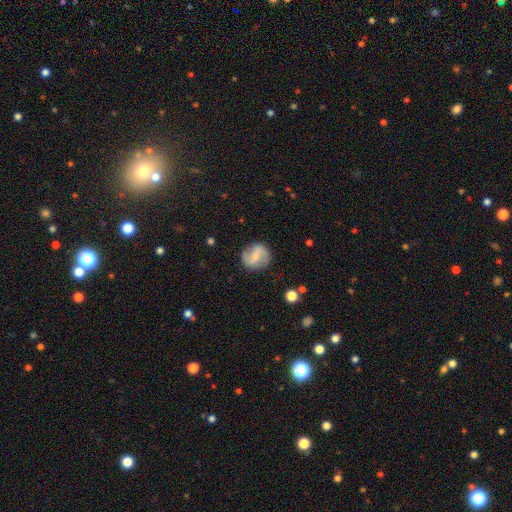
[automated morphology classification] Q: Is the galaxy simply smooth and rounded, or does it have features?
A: featured or disk — 63%.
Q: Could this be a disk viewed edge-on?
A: no — 97%.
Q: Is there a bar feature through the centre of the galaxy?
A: weak — 44%.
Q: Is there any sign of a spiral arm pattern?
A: yes — 87%.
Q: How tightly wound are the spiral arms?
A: medium — 41%.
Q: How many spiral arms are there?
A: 2 — 88%.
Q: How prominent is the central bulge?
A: small — 57%.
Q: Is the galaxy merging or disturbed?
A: none — 81%.